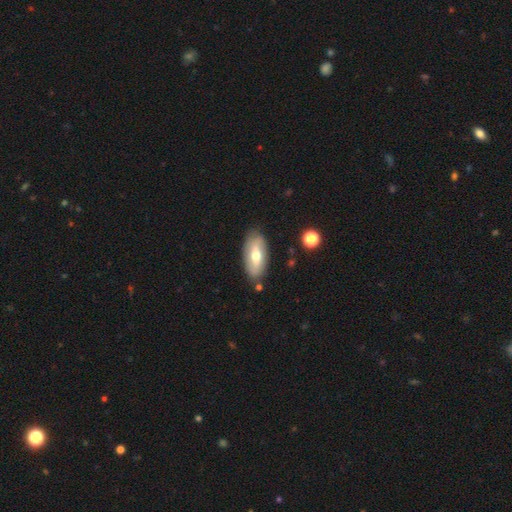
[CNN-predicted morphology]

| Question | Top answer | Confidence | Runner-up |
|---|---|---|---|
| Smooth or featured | smooth | 52% | featured or disk (42%) |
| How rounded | in between | 86% | cigar-shaped (11%) |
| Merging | none | 82% | minor disturbance (13%) |